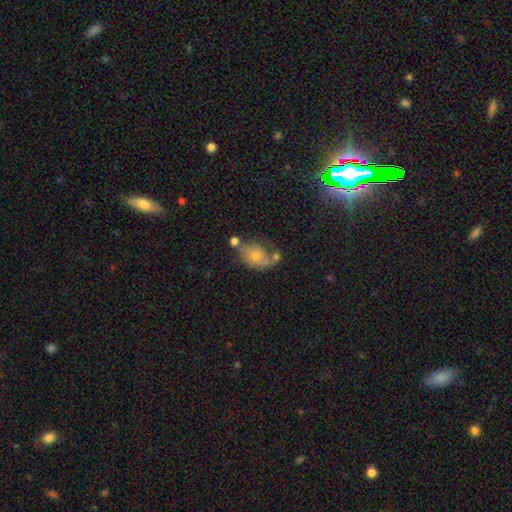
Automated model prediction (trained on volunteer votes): smooth_or_featured: smooth (p=0.53) [alt: featured or disk p=0.30]
how_rounded: in between (p=0.60) [alt: round p=0.39]
merging: none (p=0.45) [alt: minor disturbance p=0.22]